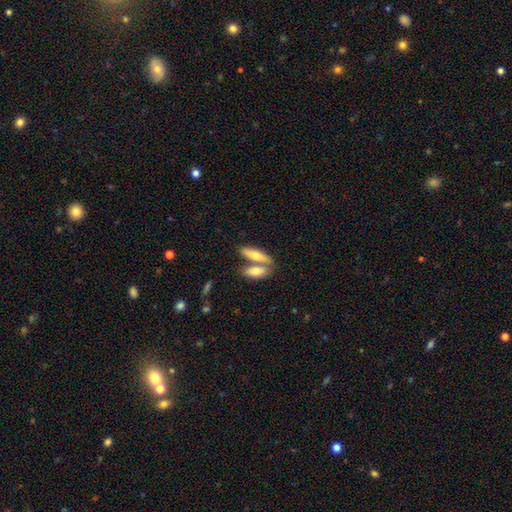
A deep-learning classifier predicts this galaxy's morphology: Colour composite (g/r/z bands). It shows a smooth galaxy with no disk features (65%) that is in between round and cigar-shaped (53%). Merging: merger (48%).